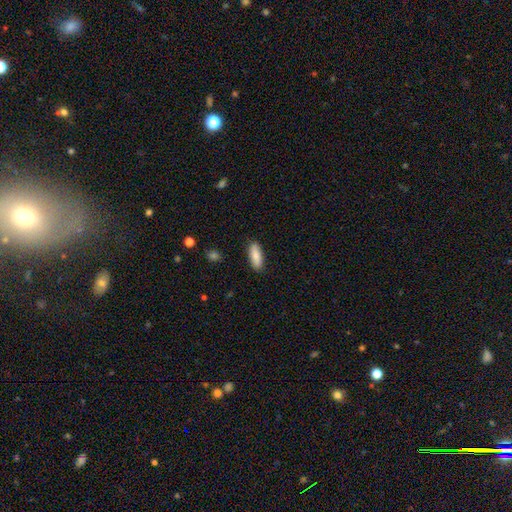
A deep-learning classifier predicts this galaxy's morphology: Smooth or featured: smooth — 86% (featured or disk — 8%)
How rounded: in between — 67% (cigar-shaped — 31%)
Merging: none — 88% (minor disturbance — 9%)